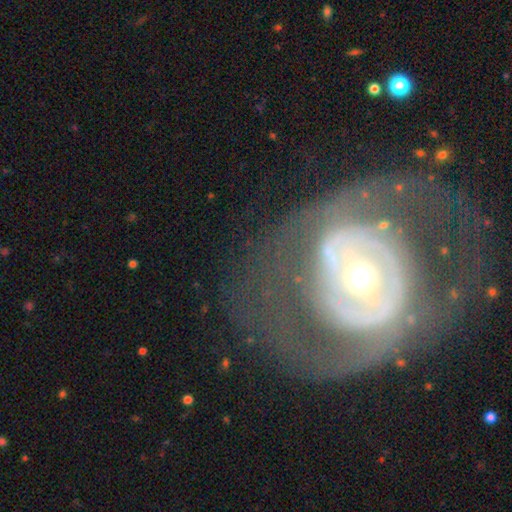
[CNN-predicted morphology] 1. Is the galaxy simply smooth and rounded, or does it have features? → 78% featured or disk, 15% smooth, 7% star or artifact.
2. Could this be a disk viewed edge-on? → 95% no, 5% yes.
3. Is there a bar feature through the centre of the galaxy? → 60% no, 23% weak, 17% strong.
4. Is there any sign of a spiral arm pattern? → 60% yes, 40% no.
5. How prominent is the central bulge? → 47% moderate, 45% small, 5% large, 2% dominant, 1% none.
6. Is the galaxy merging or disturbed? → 56% none, 26% major disturbance, 15% minor disturbance, 3% merger.